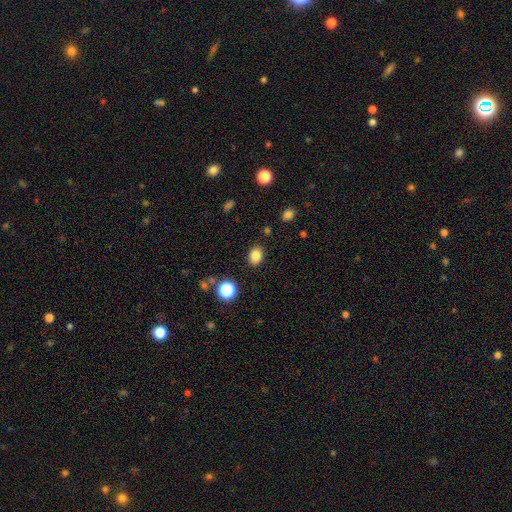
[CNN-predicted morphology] Overall: smooth (84%). How rounded: in between (66%; round 33%). Merging: none (86%).